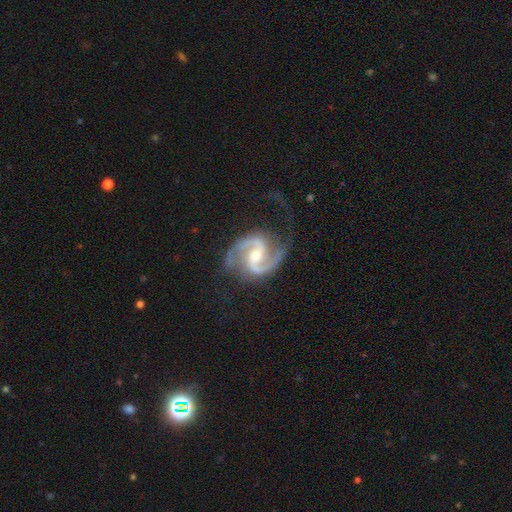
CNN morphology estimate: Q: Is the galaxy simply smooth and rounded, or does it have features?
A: featured or disk — 94%.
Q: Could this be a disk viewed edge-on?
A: no — 98%.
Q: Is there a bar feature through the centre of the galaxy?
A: weak — 47%.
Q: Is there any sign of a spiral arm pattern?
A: yes — 99%.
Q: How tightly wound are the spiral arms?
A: medium — 63%.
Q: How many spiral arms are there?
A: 2 — 94%.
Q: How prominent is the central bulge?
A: moderate — 60%.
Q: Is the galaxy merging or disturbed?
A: none — 68%.